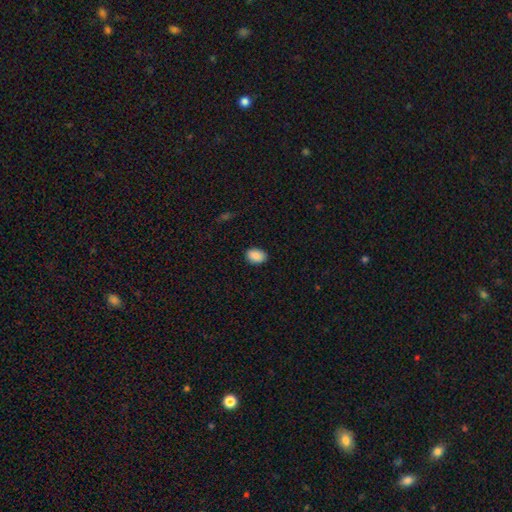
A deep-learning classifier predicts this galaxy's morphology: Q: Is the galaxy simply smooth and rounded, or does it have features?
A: smooth — 90%.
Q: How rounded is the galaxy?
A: in between — 80%.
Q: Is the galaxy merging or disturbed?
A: none — 88%.